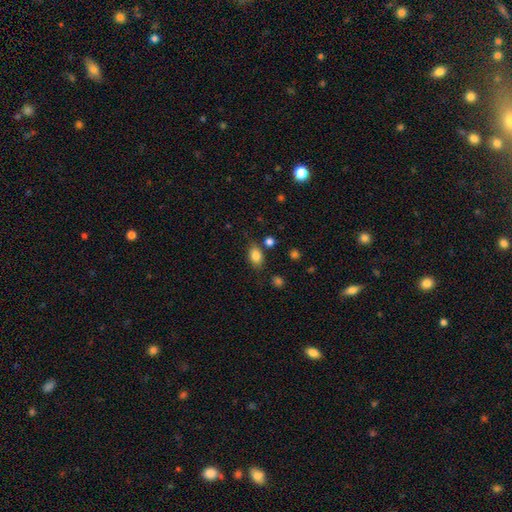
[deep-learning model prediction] smooth-or-featured: smooth: 82% | star or artifact: 9% | featured or disk: 8%
  how-rounded: in between: 80% | round: 18% | cigar-shaped: 2%
  merging: none: 74% | minor disturbance: 17% | merger: 5% | major disturbance: 4%